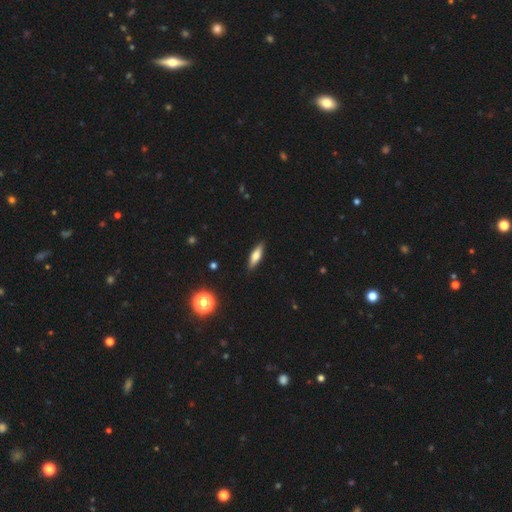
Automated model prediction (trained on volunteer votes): smooth_or_featured: smooth (p=0.61) [alt: featured or disk p=0.31]
how_rounded: cigar-shaped (p=0.59) [alt: in between p=0.38]
merging: none (p=0.89) [alt: minor disturbance p=0.08]